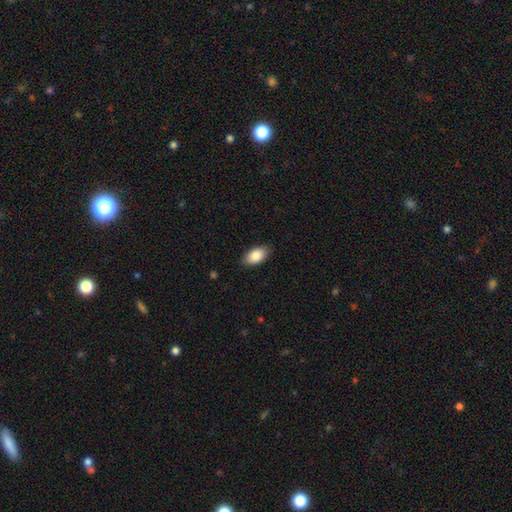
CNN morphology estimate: A smooth galaxy with no disk features (86%) that is in between round and cigar-shaped (93%). Merging: none (86%).